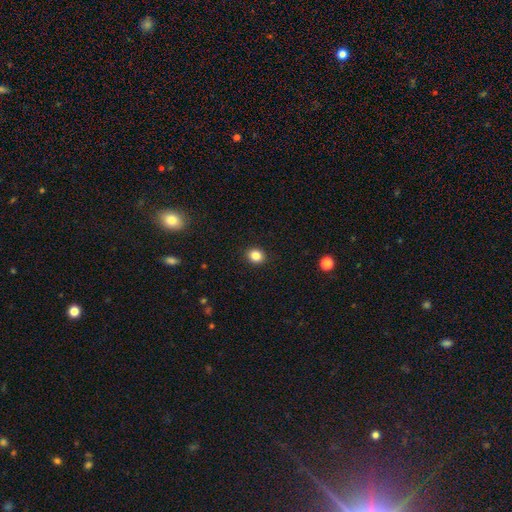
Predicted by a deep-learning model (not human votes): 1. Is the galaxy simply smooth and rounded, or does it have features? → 84% smooth, 11% star or artifact, 5% featured or disk.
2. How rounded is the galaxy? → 71% round, 28% in between, 1% cigar-shaped.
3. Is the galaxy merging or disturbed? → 91% none, 6% minor disturbance, 2% major disturbance, 1% merger.